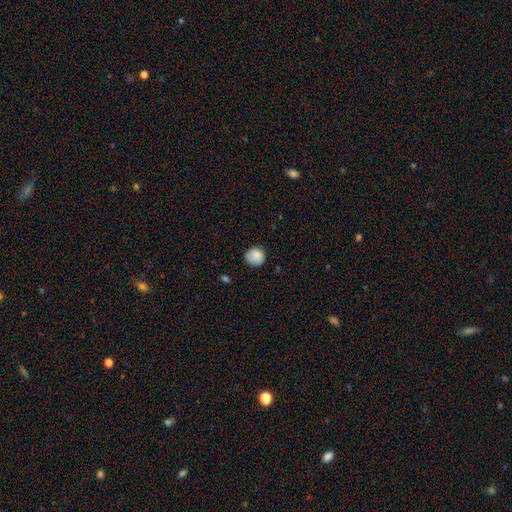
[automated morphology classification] smooth-or-featured: smooth: 86% | star or artifact: 8% | featured or disk: 6%
  how-rounded: round: 92% | in between: 7% | cigar-shaped: 1%
  merging: none: 80% | minor disturbance: 16% | major disturbance: 3% | merger: 1%